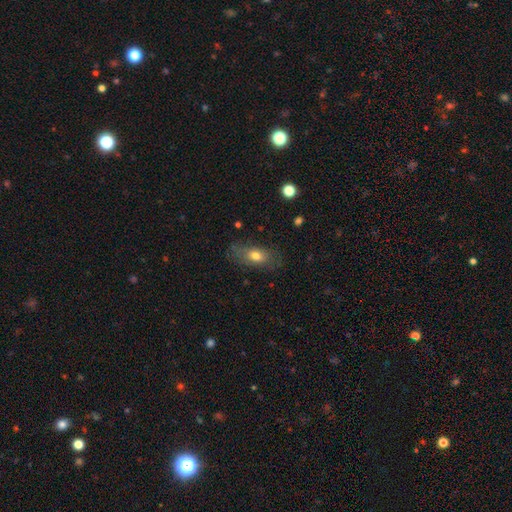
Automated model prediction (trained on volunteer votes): A smooth galaxy with no disk features (69%) that is in between round and cigar-shaped (82%). Merging: none (71%).